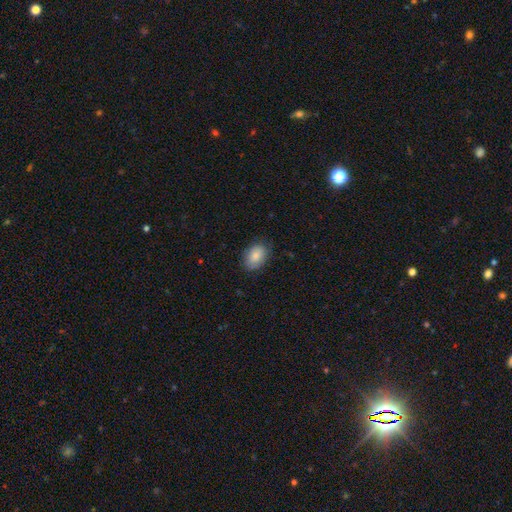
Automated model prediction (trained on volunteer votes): Smooth or featured: smooth — 84% (featured or disk — 9%)
How rounded: in between — 80% (round — 19%)
Merging: none — 80% (minor disturbance — 15%)